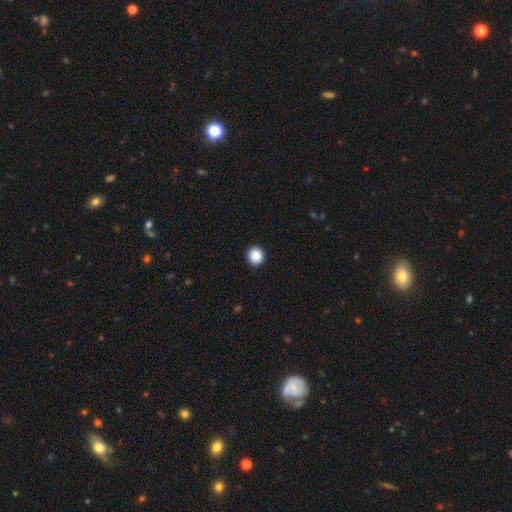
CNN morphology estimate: Overall: smooth (89%). How rounded: round (91%). Merging: none (93%).